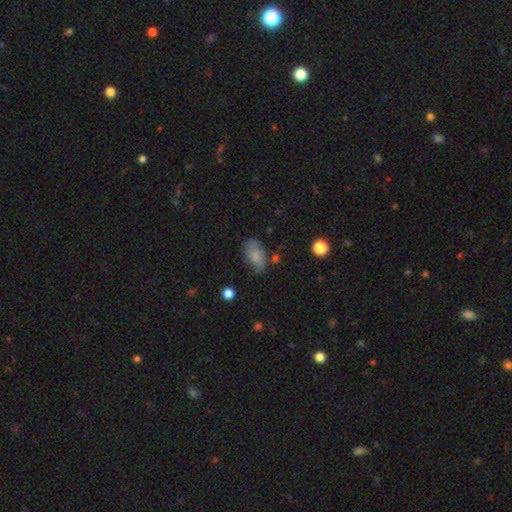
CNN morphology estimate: Smooth or featured? smooth (71%)
How rounded? in between (91%)
Merging? none (56%)